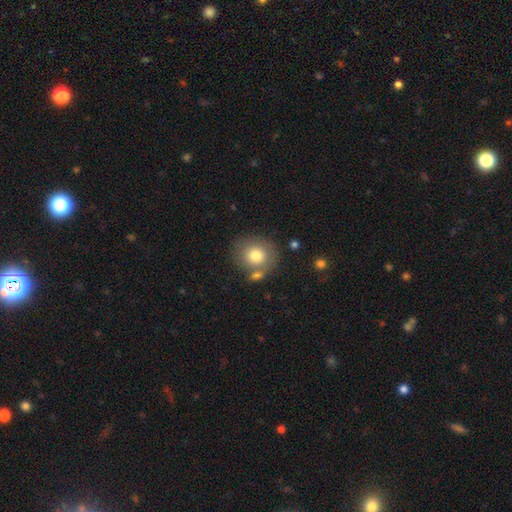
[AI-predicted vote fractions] The model was most divided on "merging": none: 67%, merger: 16%, minor disturbance: 12%, major disturbance: 4%. More confident: how rounded — round (79%); smooth or featured — smooth (77%).